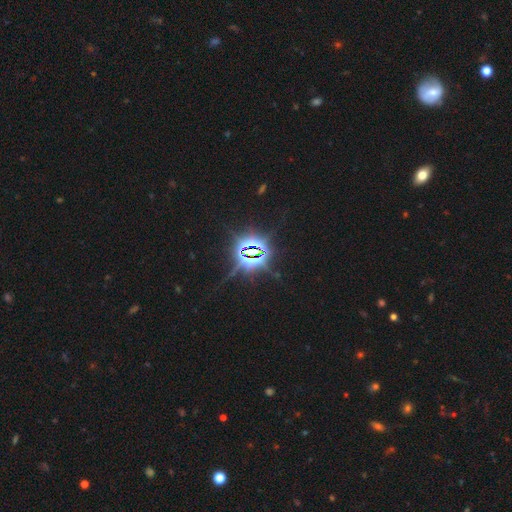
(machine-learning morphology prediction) smooth-or-featured: star or artifact: 85% | featured or disk: 8% | smooth: 7%